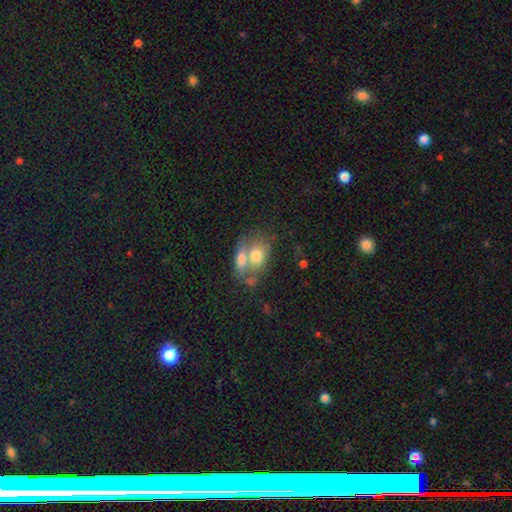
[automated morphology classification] The model was most divided on "how rounded": in between: 64%, round: 33%, cigar-shaped: 3%. More confident: smooth or featured — smooth (69%); merging — merger (61%).